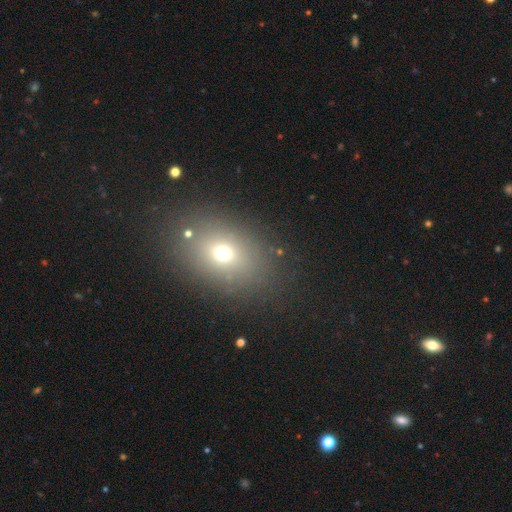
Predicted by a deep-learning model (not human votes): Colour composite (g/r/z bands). It shows a smooth galaxy with no disk features (62%) that is in between round and cigar-shaped (61%). Merging: none (84%).